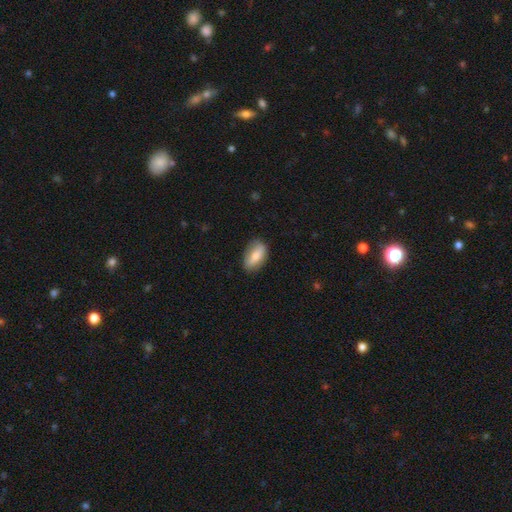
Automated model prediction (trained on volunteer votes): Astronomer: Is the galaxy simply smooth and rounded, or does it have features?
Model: smooth — 67%.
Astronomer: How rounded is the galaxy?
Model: in between — 88%.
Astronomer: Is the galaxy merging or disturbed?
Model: none — 79%.